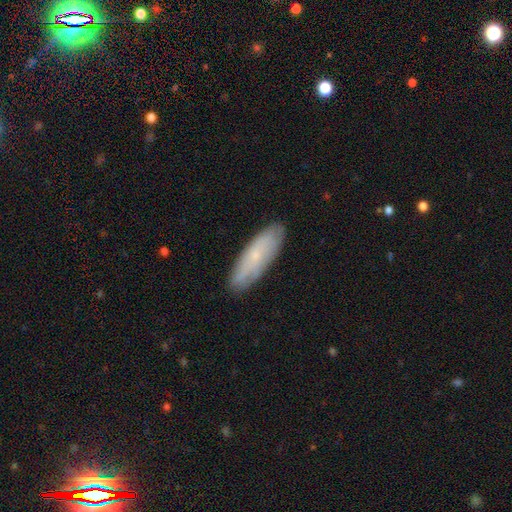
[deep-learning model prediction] Smooth or featured? smooth (58%)
How rounded? in between (50%)
Merging? none (85%)